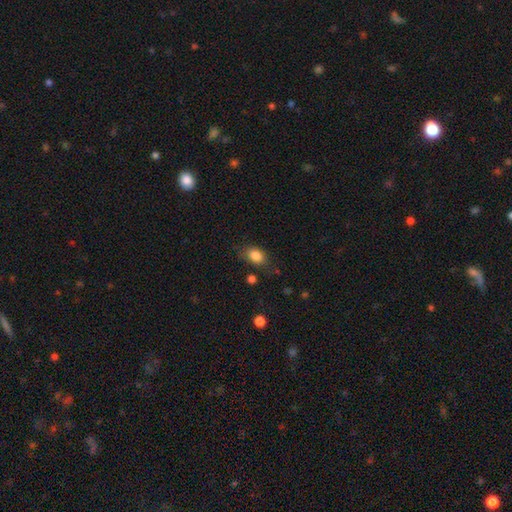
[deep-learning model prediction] Smooth or featured? Predicted: smooth (p=0.85). How rounded? Predicted: in between (p=0.76). Merging? Predicted: none (p=0.72).